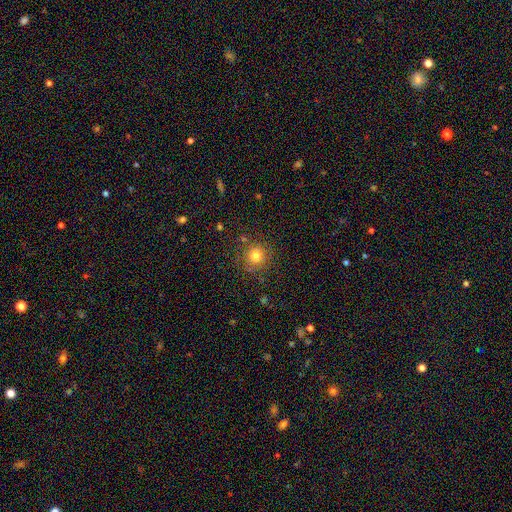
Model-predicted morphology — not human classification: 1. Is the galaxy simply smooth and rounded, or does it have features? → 77% smooth, 14% star or artifact, 9% featured or disk.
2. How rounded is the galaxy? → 91% round, 8% in between, 1% cigar-shaped.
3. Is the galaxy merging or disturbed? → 82% none, 11% minor disturbance, 4% major disturbance, 3% merger.